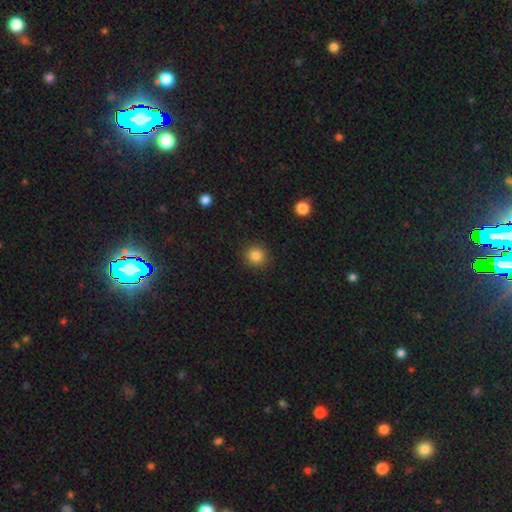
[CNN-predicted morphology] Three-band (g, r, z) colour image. It shows a smooth galaxy with no disk features (85%) that is round (91%). Merging: none (90%).